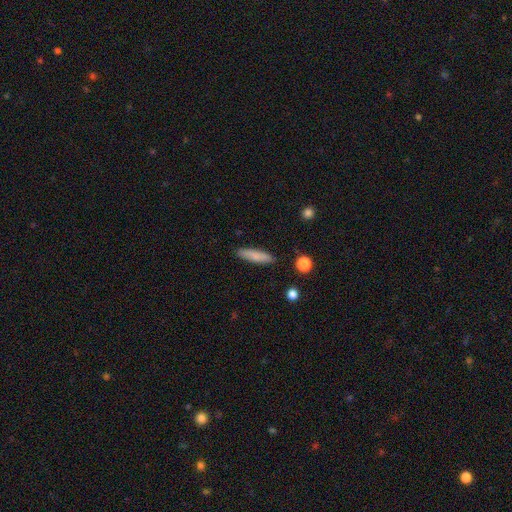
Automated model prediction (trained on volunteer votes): Smooth or featured? Predicted: smooth (p=0.81). How rounded? Predicted: cigar-shaped (p=0.77). Merging? Predicted: none (p=0.88).